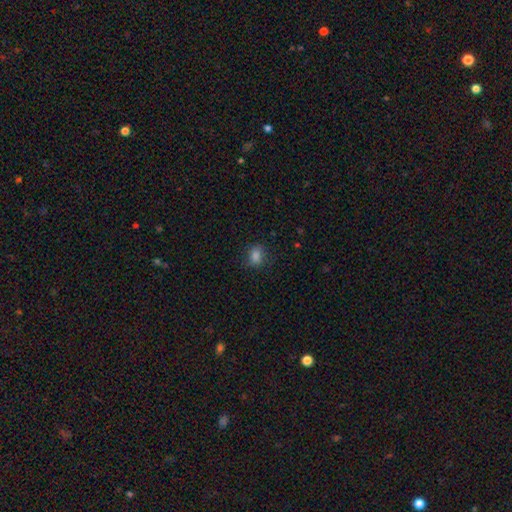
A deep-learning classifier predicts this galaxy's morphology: Smooth or featured?
  - smooth: 82% *
  - star or artifact: 13%
  - featured or disk: 5%
How rounded?
  - in between: 62% *
  - round: 36%
  - cigar-shaped: 2%
Merging?
  - none: 78% *
  - minor disturbance: 16%
  - major disturbance: 5%
  - merger: 1%